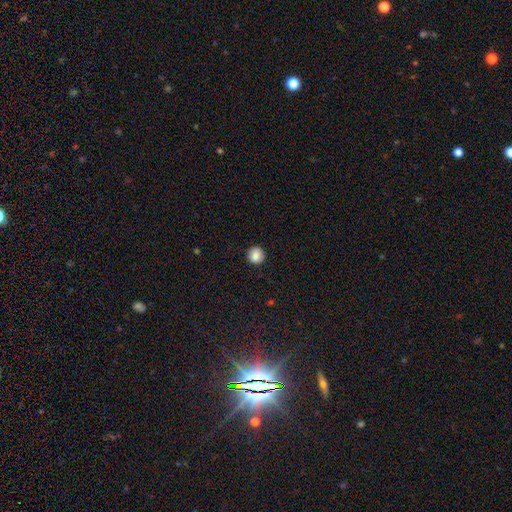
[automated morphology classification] This is clearly a smooth galaxy (85%). How rounded: clearly round (93%). Merging: clearly none (91%).